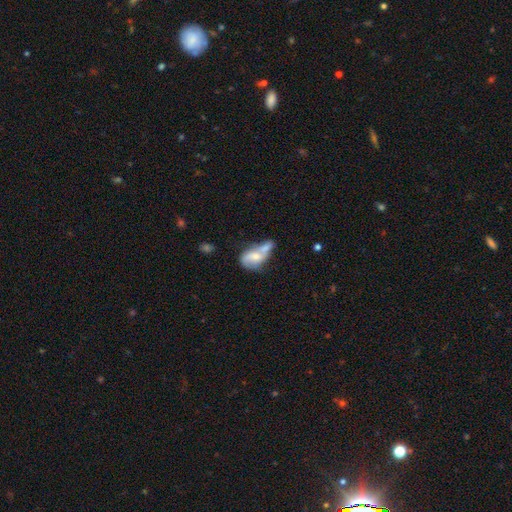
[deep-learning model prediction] Smooth or featured? Predicted: featured or disk (p=0.51). Edge-on disk? Predicted: no (p=0.95). Merging? Predicted: merger (p=0.50).